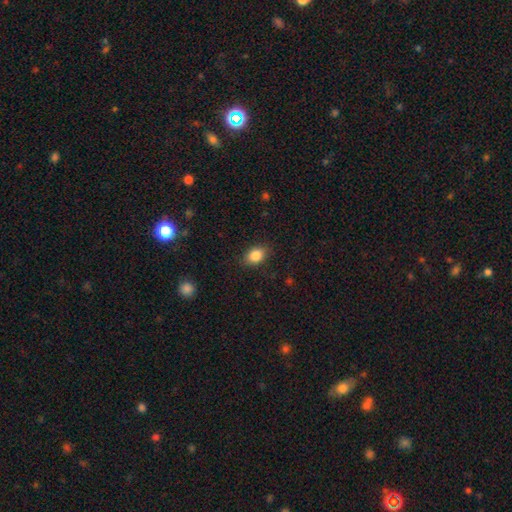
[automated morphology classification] type=smooth (85%); roundness=in between (72%); merging=none (86%).